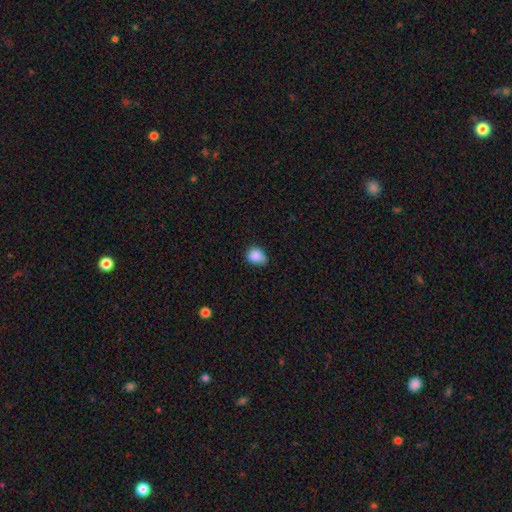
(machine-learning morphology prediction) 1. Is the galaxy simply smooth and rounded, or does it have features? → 86% smooth, 9% star or artifact, 5% featured or disk.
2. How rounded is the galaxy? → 50% in between, 49% round, 1% cigar-shaped.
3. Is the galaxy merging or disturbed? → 51% none, 40% minor disturbance, 7% major disturbance, 2% merger.